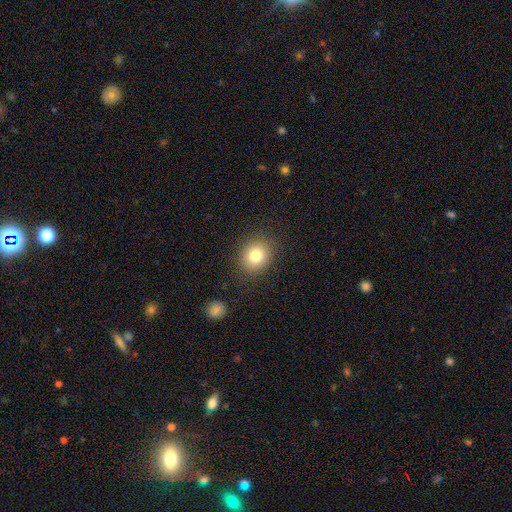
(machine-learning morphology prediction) The model was most divided on "how rounded": round: 76%, in between: 23%, cigar-shaped: 1%. More confident: merging — none (86%); smooth or featured — smooth (79%).